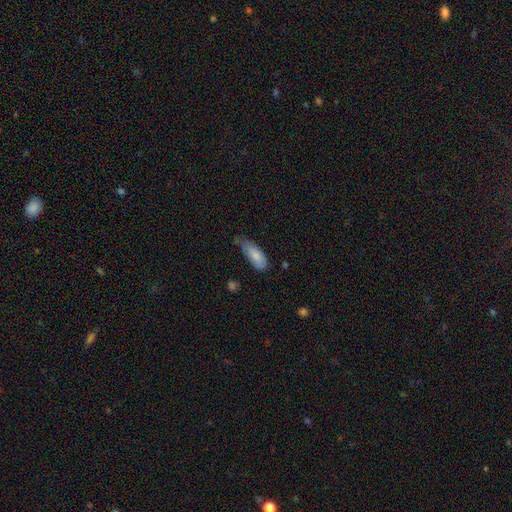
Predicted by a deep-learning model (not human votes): The model was most divided on "merging": minor disturbance: 46%, none: 37%, major disturbance: 14%, merger: 3%. More confident: smooth or featured — smooth (79%); how rounded — in between (79%).